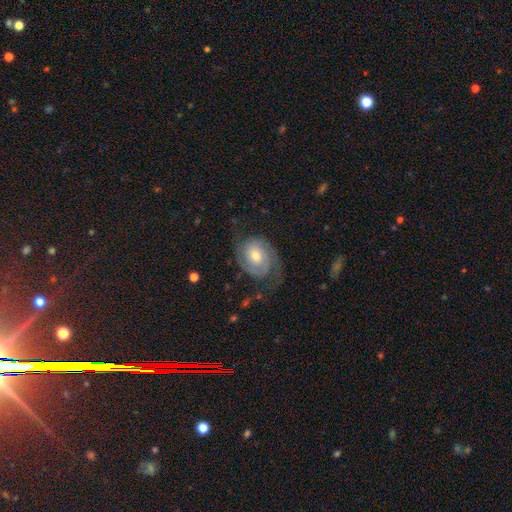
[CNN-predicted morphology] A featured or disk galaxy (82%) with no bar (63%), 2 (82%) tight (50%) spiral arms (95%) and a moderate central bulge (63%).

Vote fractions:
- Smooth or featured? featured or disk: 82% / smooth: 12% / star or artifact: 6%
- Edge-on disk? no: 97% / yes: 3%
- Bar? no: 63% / weak: 30% / strong: 6%
- Spiral arms? yes: 95% / no: 5%
- Spiral winding? tight: 50% / medium: 37% / loose: 13%
- Spiral arm count? 2: 82% / can't tell: 8% / 1: 4% / 3: 3% / 4: 1% / more than 4: 1%
- Bulge size? moderate: 63% / small: 30% / large: 5% / none: 1% / dominant: 1%
- Merging? none: 70% / minor disturbance: 17% / major disturbance: 12% / merger: 1%